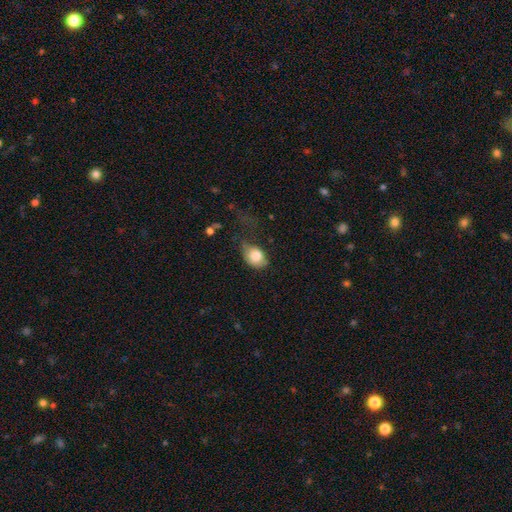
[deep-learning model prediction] Smooth or featured? smooth (81%)
How rounded? in between (63%)
Merging? minor disturbance (36%)